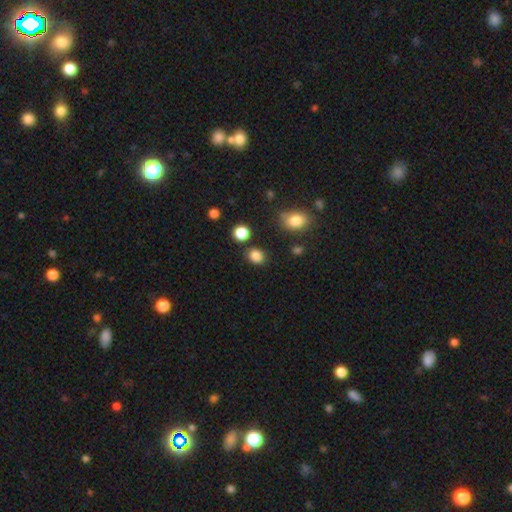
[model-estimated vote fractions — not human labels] Overall: smooth (85%). How rounded: round (63%; in between 36%). Merging: none (82%).